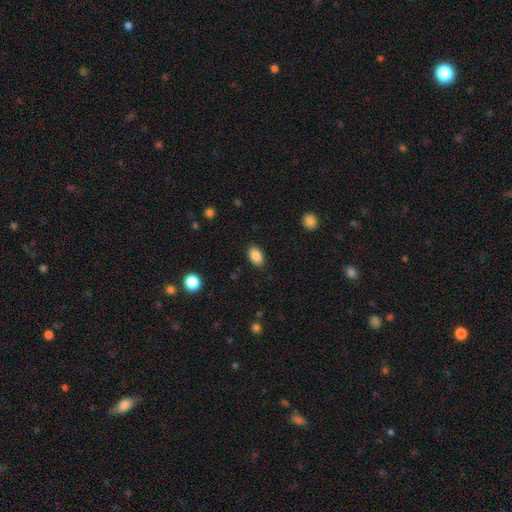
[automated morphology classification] type=smooth (87%); roundness=in between (91%); merging=none (87%).